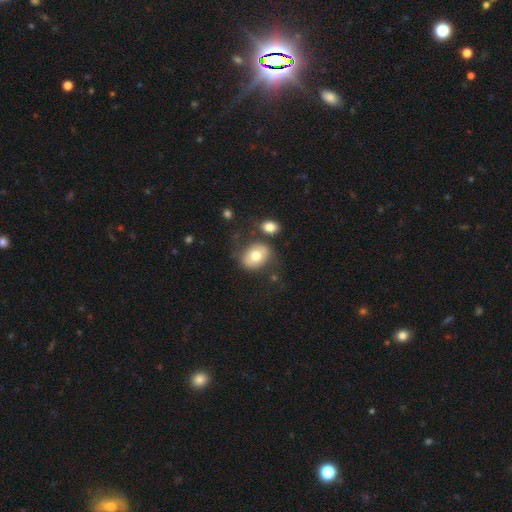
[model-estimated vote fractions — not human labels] Overall: smooth (73%). How rounded: in between (66%; round 32%). Merging: none (69%).